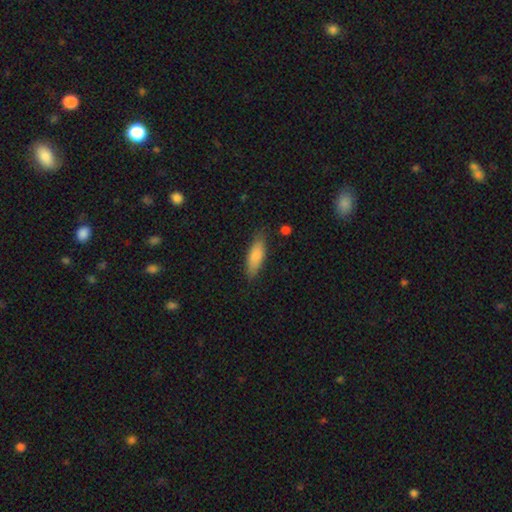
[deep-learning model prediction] smooth 83%, featured or disk 11%, star or artifact 6%. Down the decision tree: how rounded — in between (57%); merging — none (79%).